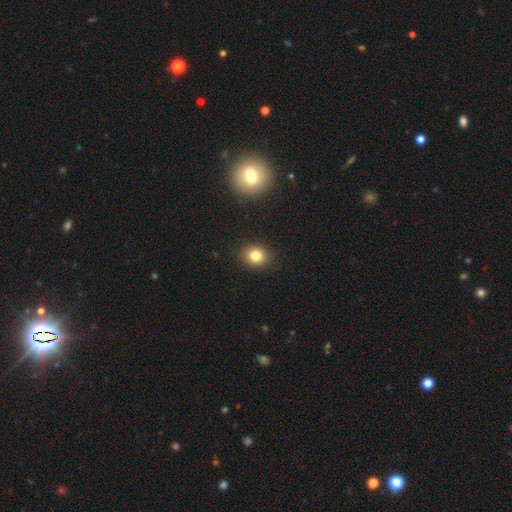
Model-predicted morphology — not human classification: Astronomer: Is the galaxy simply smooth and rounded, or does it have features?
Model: smooth — 81%.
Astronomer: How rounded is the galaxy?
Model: round — 70%.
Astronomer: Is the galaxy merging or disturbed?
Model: none — 89%.